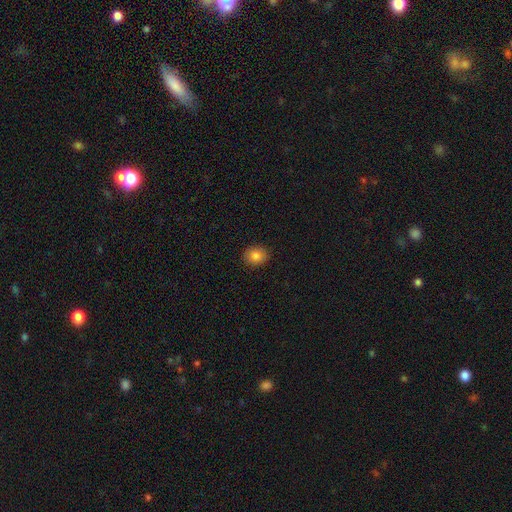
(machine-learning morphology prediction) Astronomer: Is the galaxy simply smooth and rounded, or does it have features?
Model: smooth — 83%.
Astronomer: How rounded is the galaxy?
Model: round — 66%.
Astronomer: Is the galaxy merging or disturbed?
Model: none — 90%.